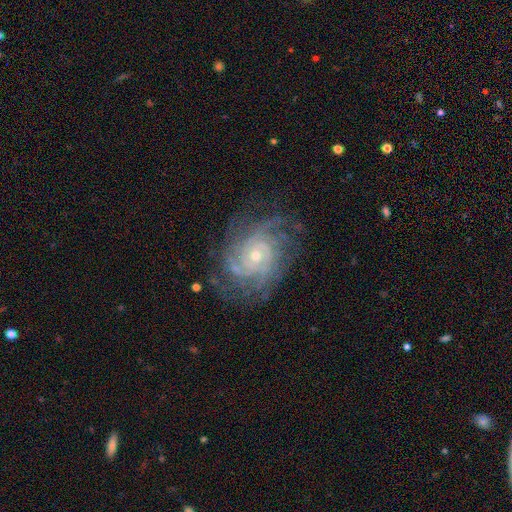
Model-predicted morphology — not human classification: Smooth or featured?
  - featured or disk: 89% *
  - star or artifact: 6%
  - smooth: 4%
Edge-on disk?
  - no: 97% *
  - yes: 3%
Bar?
  - no: 74% *
  - weak: 21%
  - strong: 5%
Spiral arms?
  - yes: 98% *
  - no: 2%
Spiral winding?
  - tight: 73% *
  - medium: 23%
  - loose: 4%
Spiral arm count?
  - can't tell: 26% *
  - 4: 21%
  - 3: 17%
  - 2: 16%
  - more than 4: 13%
  - 1: 7%
Bulge size?
  - small: 62% *
  - moderate: 34%
  - large: 2%
  - none: 1%
  - dominant: 1%
Merging?
  - none: 75% *
  - minor disturbance: 16%
  - major disturbance: 8%
  - merger: 1%